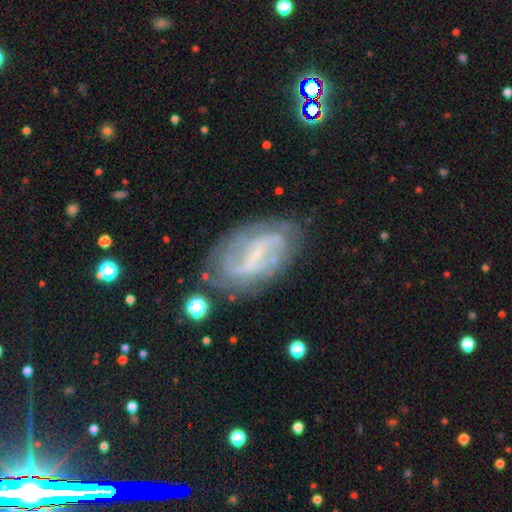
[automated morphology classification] Smooth or featured? featured or disk (76%)
Edge-on disk? no (95%)
Bar? weak (42%)
Spiral arms? yes (79%)
Spiral winding? medium (37%)
Spiral arm count? 2 (49%)
Bulge size? small (60%)
Merging? none (67%)